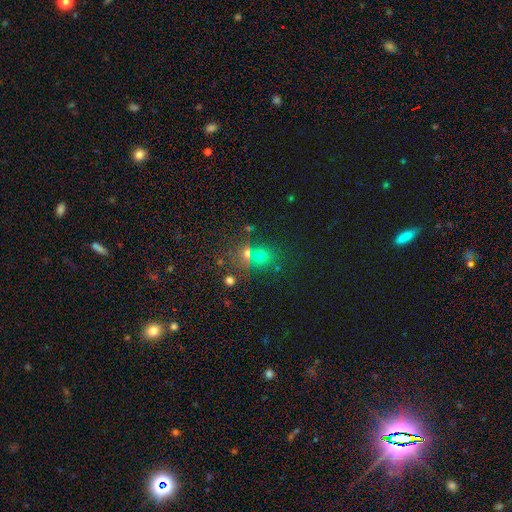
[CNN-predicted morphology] This is possibly a smooth galaxy (51%). How rounded: likely round (77%). Merging: possibly none (53%).